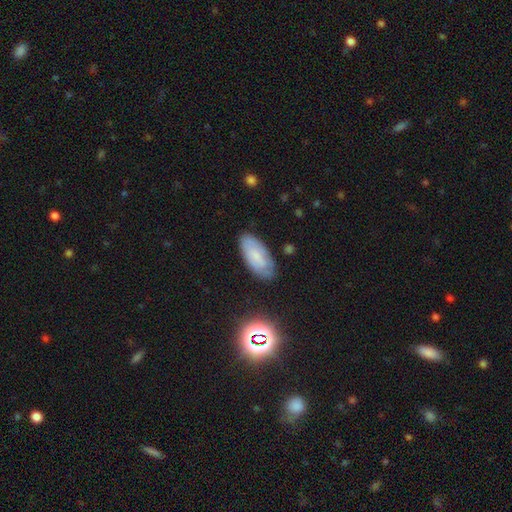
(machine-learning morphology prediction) This is likely a smooth galaxy (63%). How rounded: clearly in between (88%). Merging: likely none (78%).